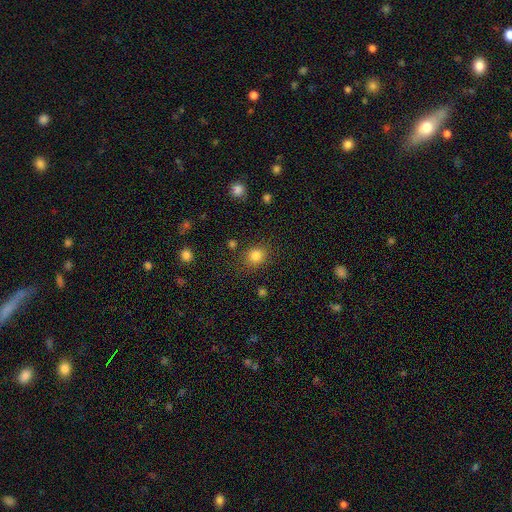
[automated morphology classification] smooth_or_featured: smooth (p=0.83) [alt: star or artifact p=0.11]
how_rounded: round (p=0.65) [alt: in between p=0.34]
merging: none (p=0.80) [alt: minor disturbance p=0.12]